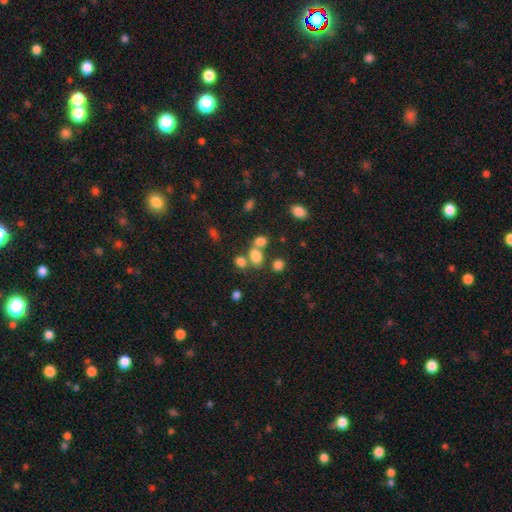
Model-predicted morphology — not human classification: The model was most divided on "merging": none: 47%, merger: 36%, minor disturbance: 11%, major disturbance: 6%. More confident: smooth or featured — smooth (75%); how rounded — in between (59%).